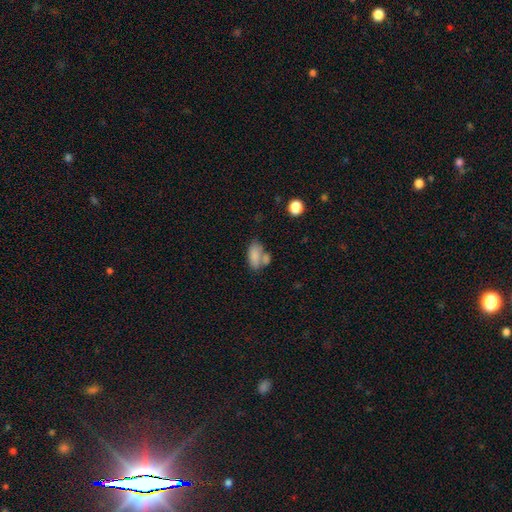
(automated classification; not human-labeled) smooth 80%, featured or disk 12%, star or artifact 8%. Down the decision tree: how rounded — in between (89%); merging — none (40%).